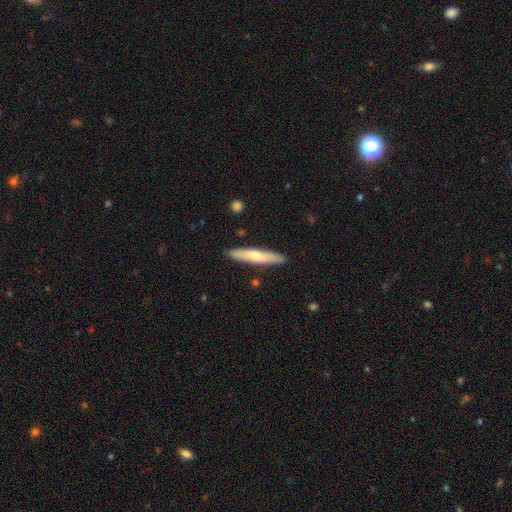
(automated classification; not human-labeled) This appears to be a smooth galaxy with no disk features (61%) that is cigar-shaped (91%). Merging: none (89%).